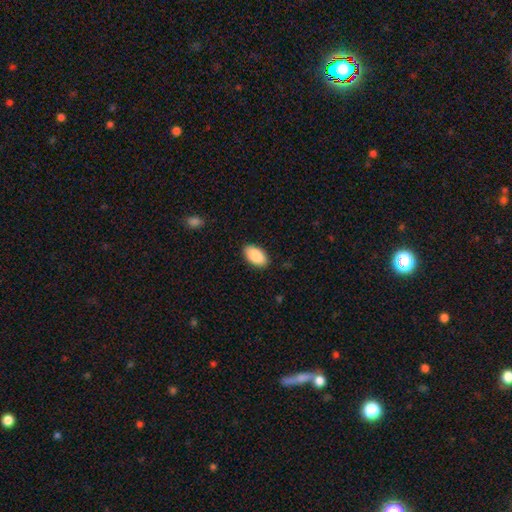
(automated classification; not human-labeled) This is clearly a smooth galaxy (88%). How rounded: clearly in between (95%). Merging: clearly none (88%).